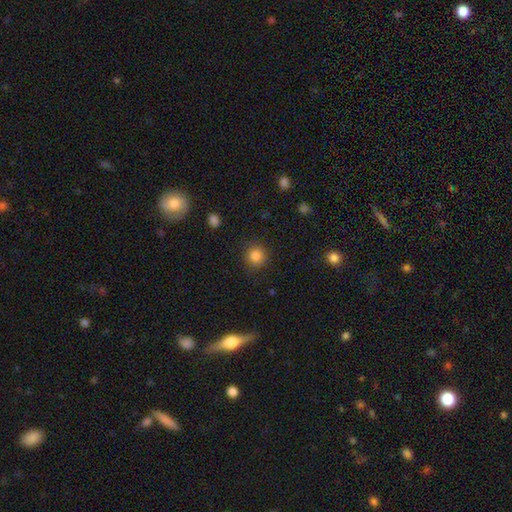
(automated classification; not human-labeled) Q: Smooth or featured?
A: smooth (84%); runner-up: star or artifact (12%)
Q: How rounded?
A: round (91%); runner-up: in between (8%)
Q: Merging?
A: none (88%); runner-up: minor disturbance (8%)